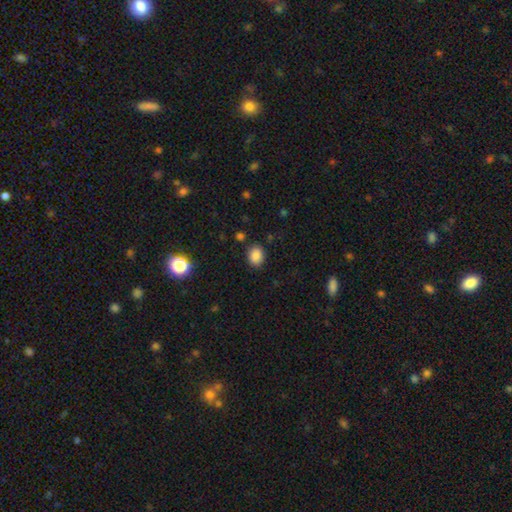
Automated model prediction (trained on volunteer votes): smooth 86%, star or artifact 10%, featured or disk 4%. Down the decision tree: how rounded — in between (58%); merging — none (85%).